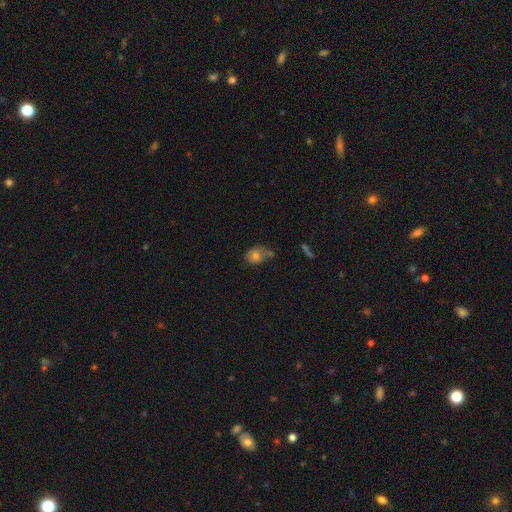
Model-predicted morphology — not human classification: Overall: smooth (69%). How rounded: in between (55%; round 43%). Merging: none (42%; minor disturbance 29%).